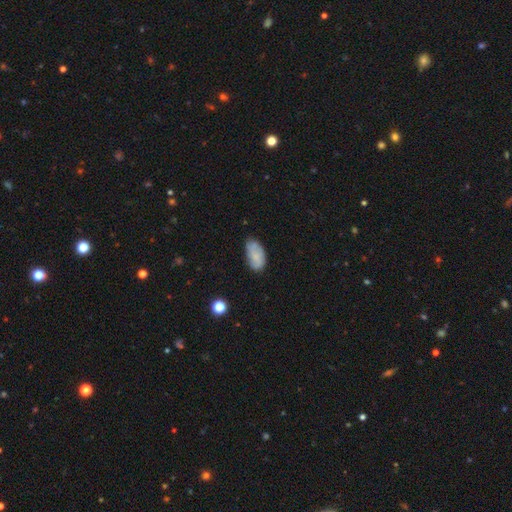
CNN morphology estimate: Q: Smooth or featured?
A: smooth (65%); runner-up: featured or disk (26%)
Q: How rounded?
A: in between (93%); runner-up: round (4%)
Q: Merging?
A: none (64%); runner-up: minor disturbance (27%)